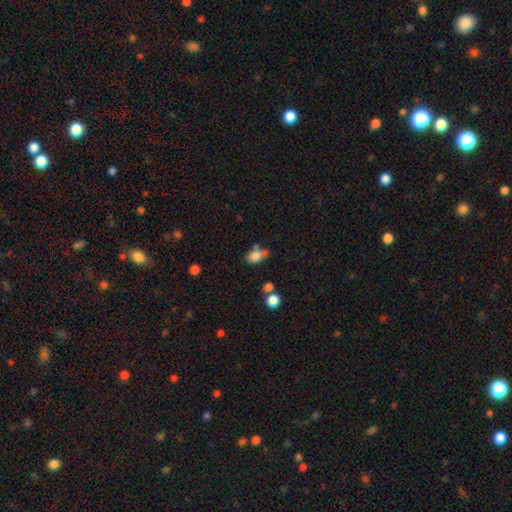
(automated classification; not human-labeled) smooth_or_featured: smooth (p=0.80) [alt: star or artifact p=0.11]
how_rounded: in between (p=0.71) [alt: round p=0.27]
merging: none (p=0.48) [alt: minor disturbance p=0.22]